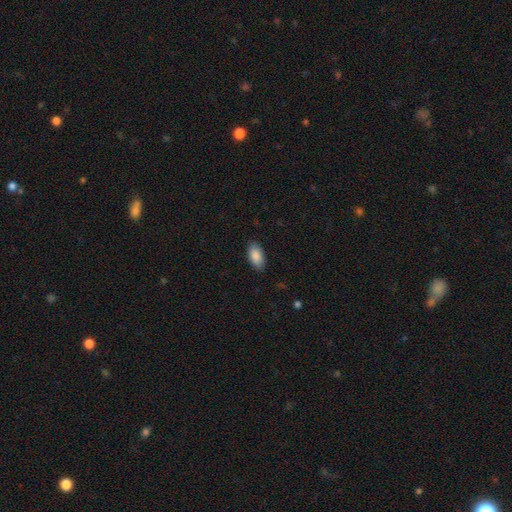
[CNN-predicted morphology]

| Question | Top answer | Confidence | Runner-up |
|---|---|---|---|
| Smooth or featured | smooth | 89% | star or artifact (6%) |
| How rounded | in between | 94% | cigar-shaped (4%) |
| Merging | none | 87% | minor disturbance (10%) |